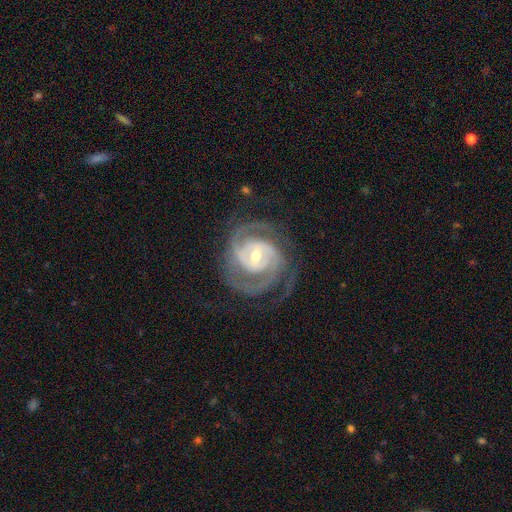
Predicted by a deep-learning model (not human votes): A featured or disk galaxy (93%) with a weak bar (43%), 2 (61%) tight (59%) spiral arms (98%) and a moderate central bulge (60%).

Vote fractions:
- Smooth or featured? featured or disk: 93% / star or artifact: 4% / smooth: 4%
- Edge-on disk? no: 98% / yes: 2%
- Bar? weak: 43% / no: 34% / strong: 23%
- Spiral arms? yes: 98% / no: 2%
- Spiral winding? tight: 59% / medium: 35% / loose: 6%
- Spiral arm count? 2: 61% / 3: 19% / can't tell: 8% / 4: 4% / 1: 4% / more than 4: 3%
- Bulge size? moderate: 60% / small: 35% / large: 4% / none: 1% / dominant: 1%
- Merging? none: 73% / minor disturbance: 16% / major disturbance: 10% / merger: 1%